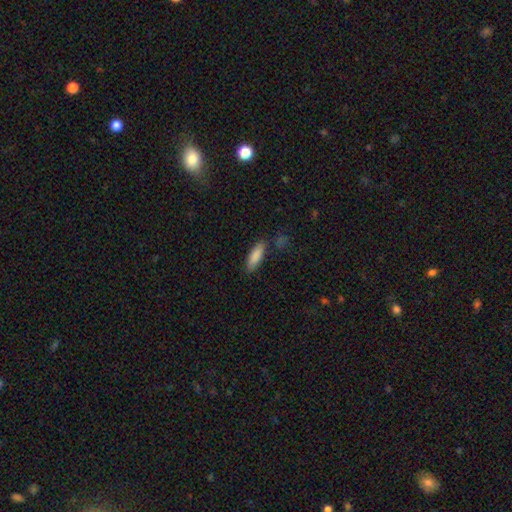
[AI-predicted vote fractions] A smooth galaxy with no disk features (87%) that is in between round and cigar-shaped (55%). Merging: none (80%).